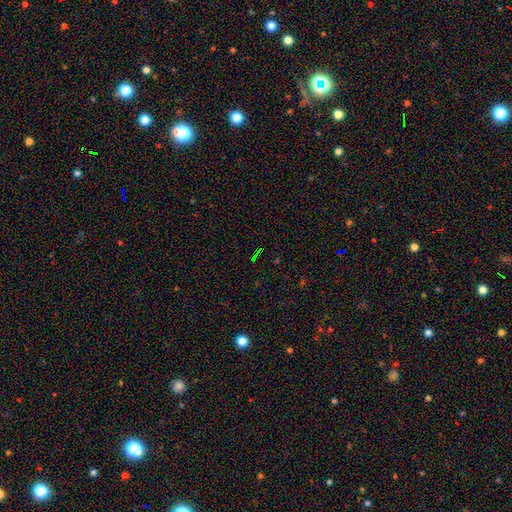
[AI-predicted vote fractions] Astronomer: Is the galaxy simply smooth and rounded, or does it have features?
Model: star or artifact — 75%.